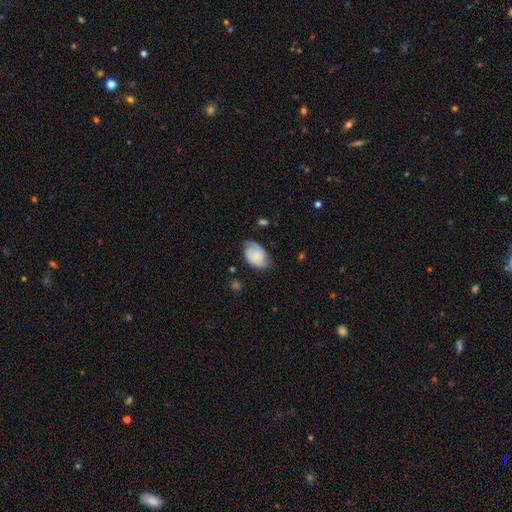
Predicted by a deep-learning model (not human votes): A smooth galaxy with no disk features (53%) that is in between round and cigar-shaped (85%).

Vote fractions:
- Smooth or featured? smooth: 53% / featured or disk: 39% / star or artifact: 8%
- How rounded? in between: 85% / round: 14% / cigar-shaped: 1%
- Merging? none: 60% / minor disturbance: 30% / major disturbance: 8% / merger: 2%